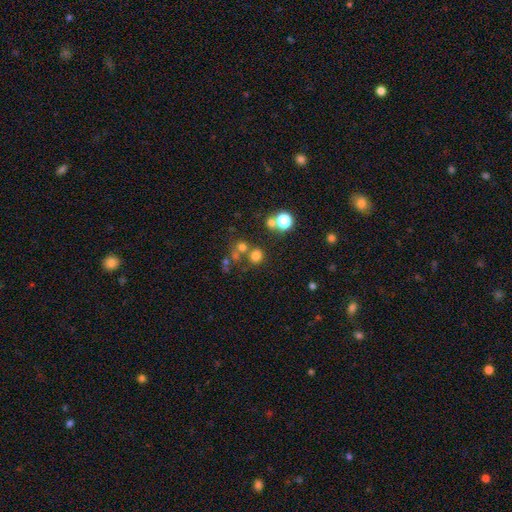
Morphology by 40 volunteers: A smooth galaxy with no disk features (78%) that is round (90%). Merging: none (72%).